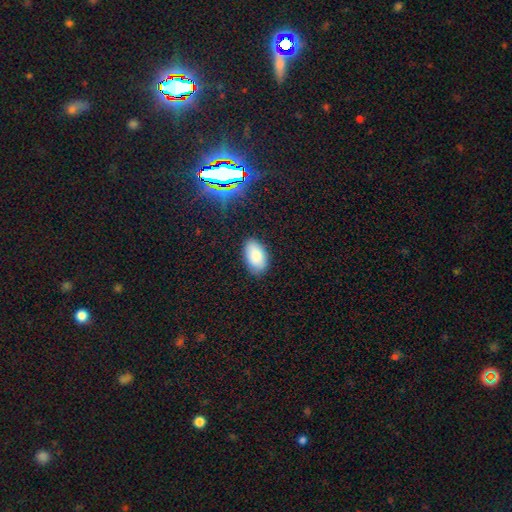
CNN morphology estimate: Smooth or featured? smooth (85%)
How rounded? in between (94%)
Merging? none (81%)